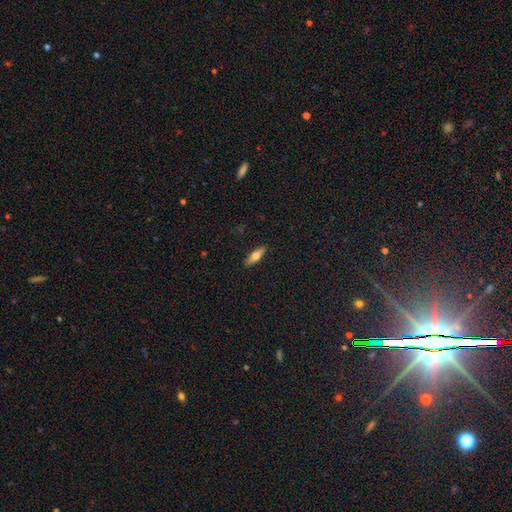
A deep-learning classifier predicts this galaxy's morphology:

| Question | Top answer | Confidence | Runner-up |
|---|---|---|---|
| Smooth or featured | smooth | 58% | featured or disk (35%) |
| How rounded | cigar-shaped | 53% | in between (44%) |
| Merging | none | 89% | minor disturbance (8%) |